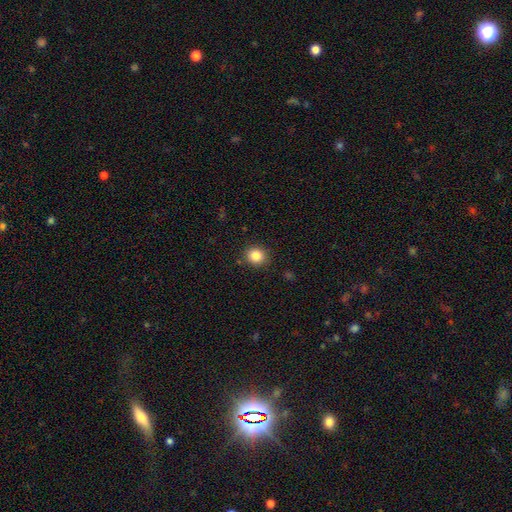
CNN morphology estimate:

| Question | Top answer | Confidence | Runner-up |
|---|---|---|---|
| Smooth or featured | smooth | 84% | star or artifact (11%) |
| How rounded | round | 83% | in between (16%) |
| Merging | none | 88% | minor disturbance (8%) |